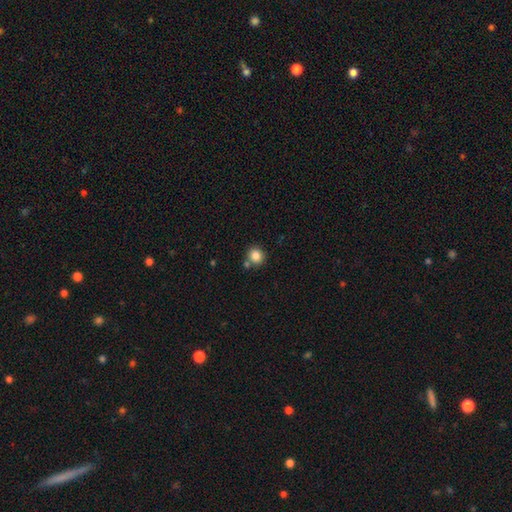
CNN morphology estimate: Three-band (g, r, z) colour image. It shows a smooth galaxy with no disk features (84%) that is round (86%). Merging: none (73%).